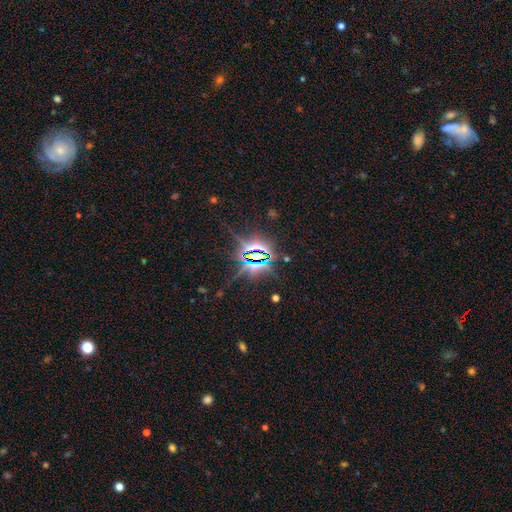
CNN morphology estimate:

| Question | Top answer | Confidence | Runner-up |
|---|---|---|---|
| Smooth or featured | star or artifact | 80% | featured or disk (10%) |